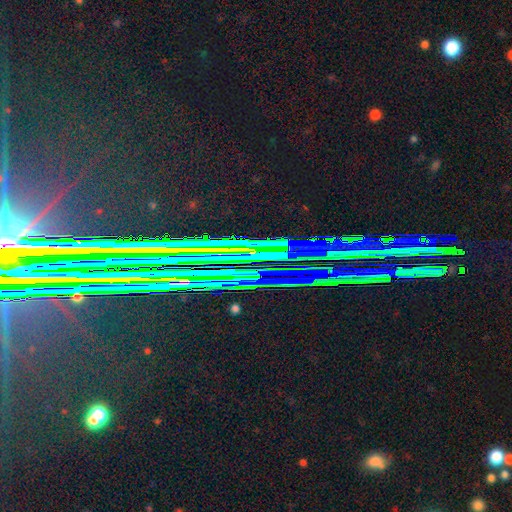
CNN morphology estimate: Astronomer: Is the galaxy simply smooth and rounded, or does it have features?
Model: star or artifact — 82%.